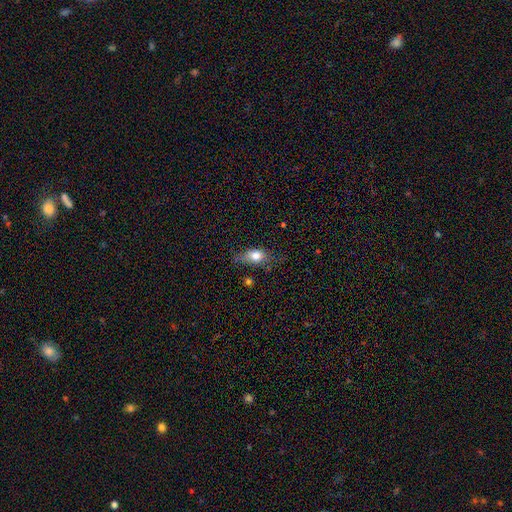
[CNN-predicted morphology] A smooth galaxy with no disk features (75%) that is in between round and cigar-shaped (73%).

Vote fractions:
- Smooth or featured? smooth: 75% / featured or disk: 16% / star or artifact: 9%
- How rounded? in between: 73% / round: 19% / cigar-shaped: 8%
- Merging? none: 50% / minor disturbance: 33% / major disturbance: 13% / merger: 4%